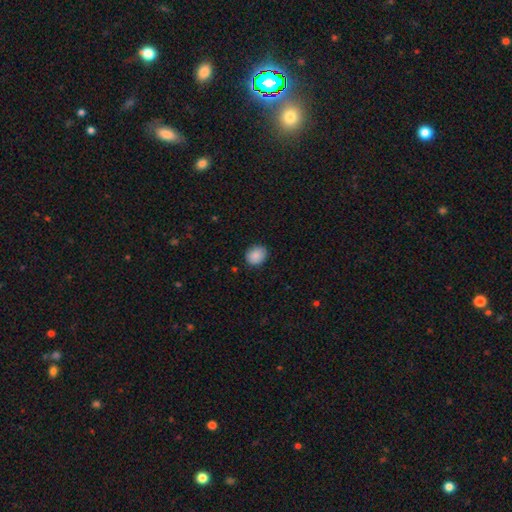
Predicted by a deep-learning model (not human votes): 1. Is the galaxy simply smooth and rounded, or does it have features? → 88% smooth, 8% star or artifact, 4% featured or disk.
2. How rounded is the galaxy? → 59% round, 40% in between, 1% cigar-shaped.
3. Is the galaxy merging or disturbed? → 86% none, 10% minor disturbance, 2% major disturbance, 1% merger.